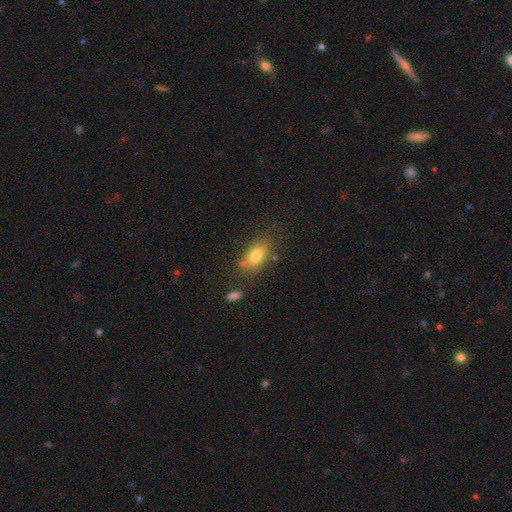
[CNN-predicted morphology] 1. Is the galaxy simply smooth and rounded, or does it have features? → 78% smooth, 12% featured or disk, 10% star or artifact.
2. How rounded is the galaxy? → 83% in between, 14% round, 4% cigar-shaped.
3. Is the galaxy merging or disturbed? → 68% none, 18% minor disturbance, 7% merger, 6% major disturbance.